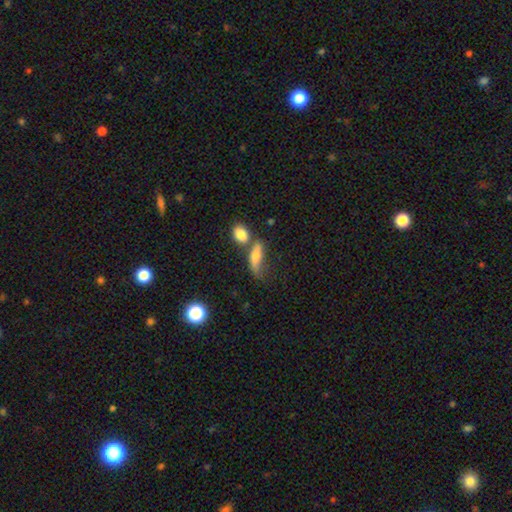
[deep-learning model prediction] Overall: smooth (69%). How rounded: in between (61%; cigar-shaped 33%). Merging: merger (37%; none 31%).